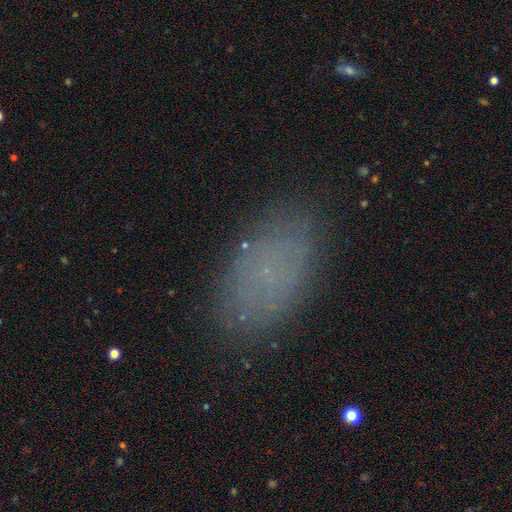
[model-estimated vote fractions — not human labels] Overall: smooth (64%). How rounded: in between (92%). Merging: none (81%).